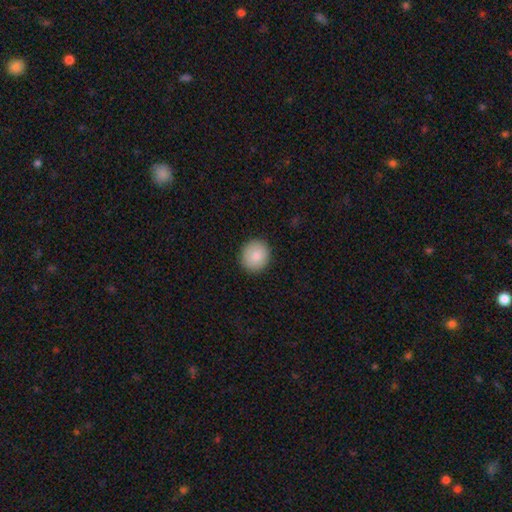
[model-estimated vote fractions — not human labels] A smooth galaxy with no disk features (88%) that is round (80%).

Vote fractions:
- Smooth or featured? smooth: 88% / star or artifact: 7% / featured or disk: 5%
- How rounded? round: 80% / in between: 19% / cigar-shaped: 1%
- Merging? none: 90% / minor disturbance: 7% / major disturbance: 2% / merger: 1%